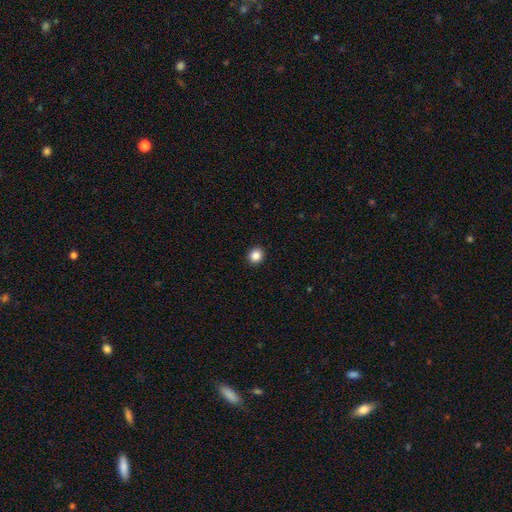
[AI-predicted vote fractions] Smooth or featured? smooth (86%)
How rounded? round (84%)
Merging? none (93%)